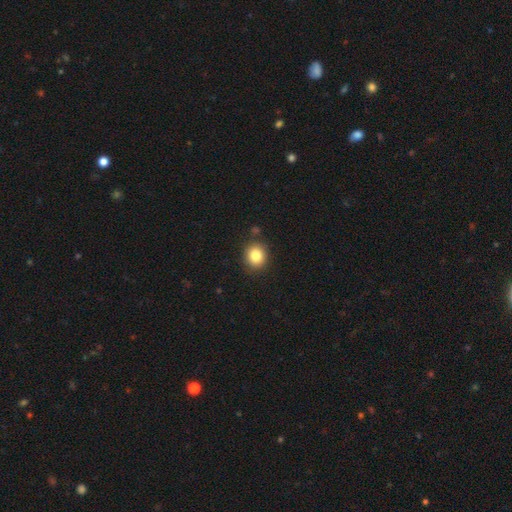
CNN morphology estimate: Overall: smooth (83%). How rounded: round (75%). Merging: none (85%).